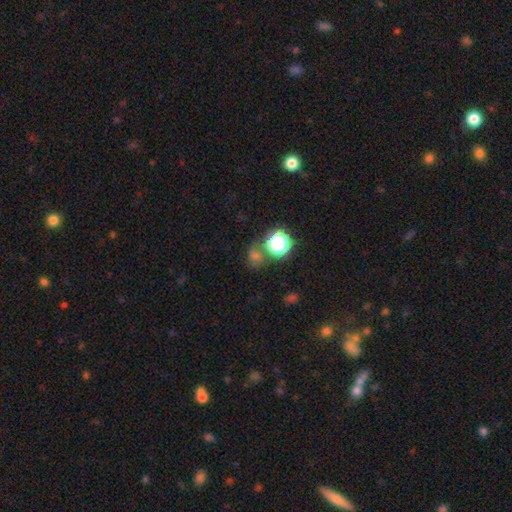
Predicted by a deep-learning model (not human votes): Smooth or featured? smooth (51%)
How rounded? round (77%)
Merging? none (66%)